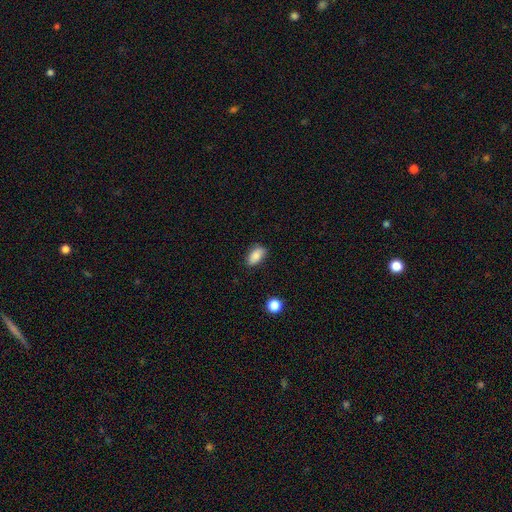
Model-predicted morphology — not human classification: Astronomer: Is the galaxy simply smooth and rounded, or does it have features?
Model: smooth — 86%.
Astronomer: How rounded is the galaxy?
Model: in between — 91%.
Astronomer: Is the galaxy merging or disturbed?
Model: none — 81%.